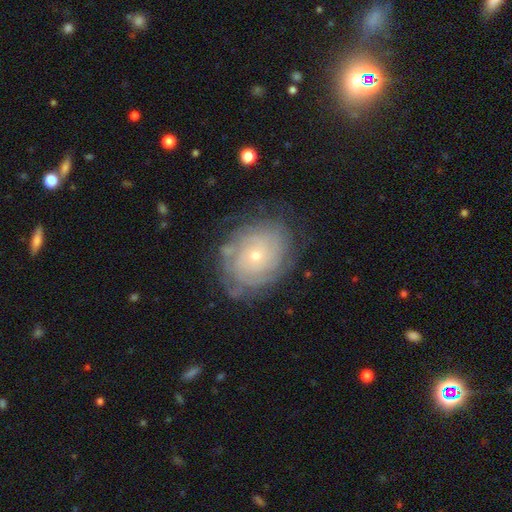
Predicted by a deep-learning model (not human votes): Q: Smooth or featured?
A: featured or disk (77%); runner-up: smooth (15%)
Q: Edge-on disk?
A: no (97%); runner-up: yes (3%)
Q: Bar?
A: no (85%); runner-up: weak (12%)
Q: Spiral arms?
A: yes (91%); runner-up: no (9%)
Q: Spiral winding?
A: tight (82%); runner-up: medium (14%)
Q: Spiral arm count?
A: can't tell (47%); runner-up: 4 (15%)
Q: Bulge size?
A: small (78%); runner-up: moderate (19%)
Q: Merging?
A: none (76%); runner-up: minor disturbance (16%)